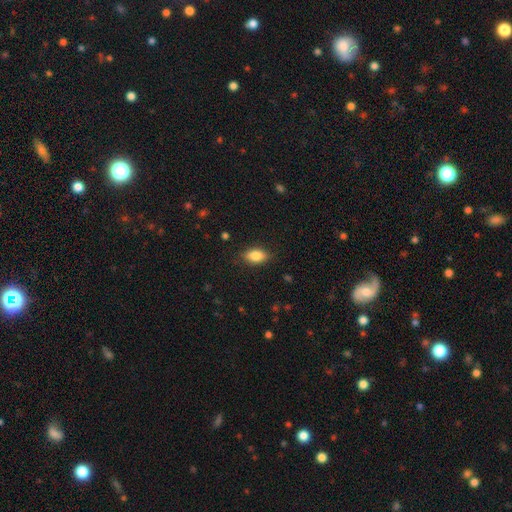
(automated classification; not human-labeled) A smooth galaxy with no disk features (84%) that is in between round and cigar-shaped (89%).

Vote fractions:
- Smooth or featured? smooth: 84% / featured or disk: 8% / star or artifact: 8%
- How rounded? in between: 89% / round: 7% / cigar-shaped: 4%
- Merging? none: 85% / minor disturbance: 11% / major disturbance: 3% / merger: 1%